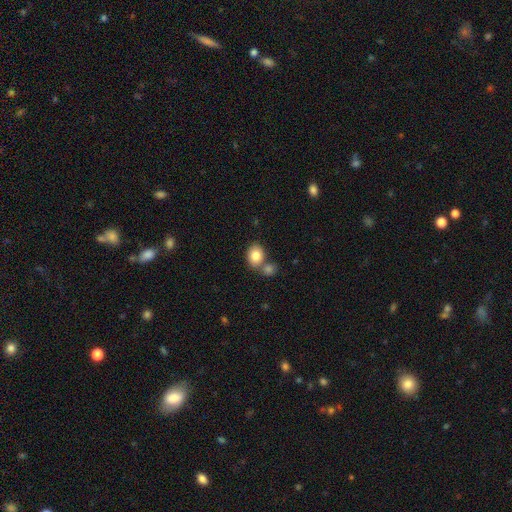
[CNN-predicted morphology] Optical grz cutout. It shows a smooth galaxy with no disk features (82%) that is round (55%). Merging: none (53%).